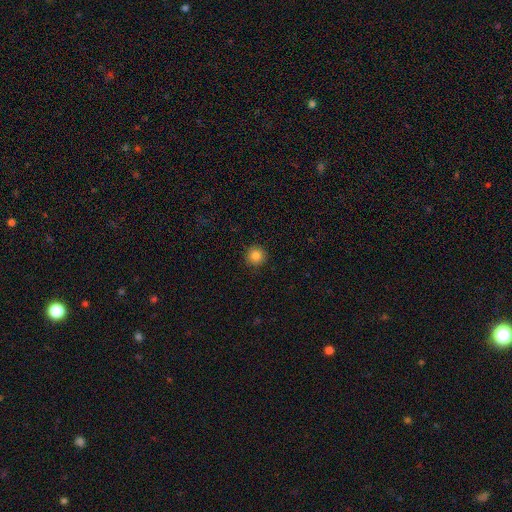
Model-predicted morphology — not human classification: Smooth or featured? Predicted: smooth (p=0.84). How rounded? Predicted: round (p=0.95). Merging? Predicted: none (p=0.92).